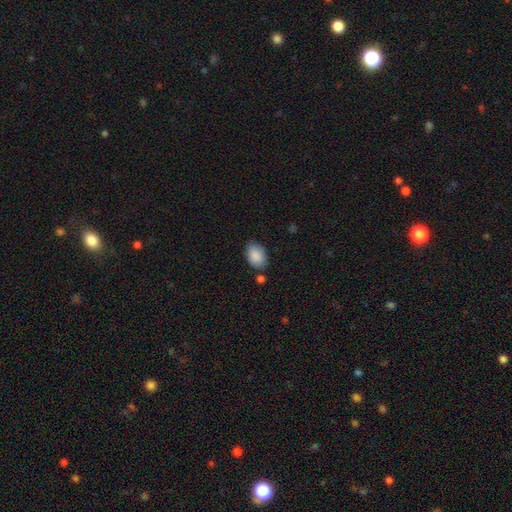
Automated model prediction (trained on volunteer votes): smooth 89%, star or artifact 6%, featured or disk 4%. Down the decision tree: how rounded — in between (88%); merging — none (74%).